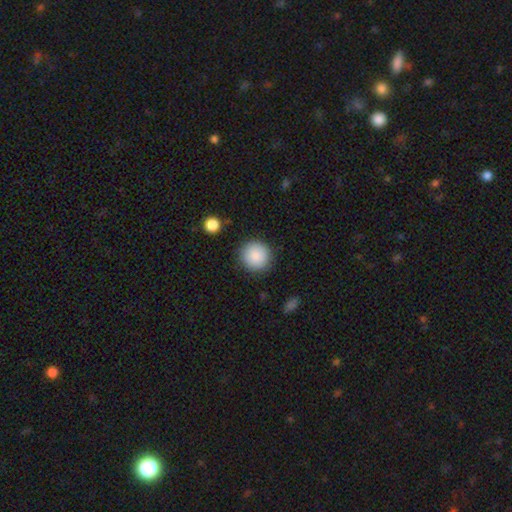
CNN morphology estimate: This appears to be a smooth galaxy with no disk features (88%) that is round (94%). Merging: none (89%).